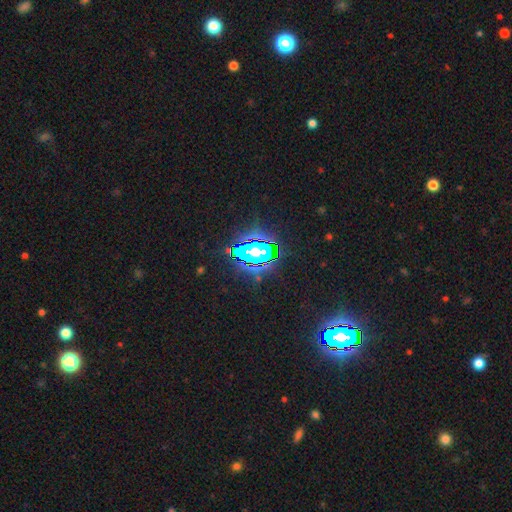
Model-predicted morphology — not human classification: star or artifact 78%, smooth 13%, featured or disk 10%.